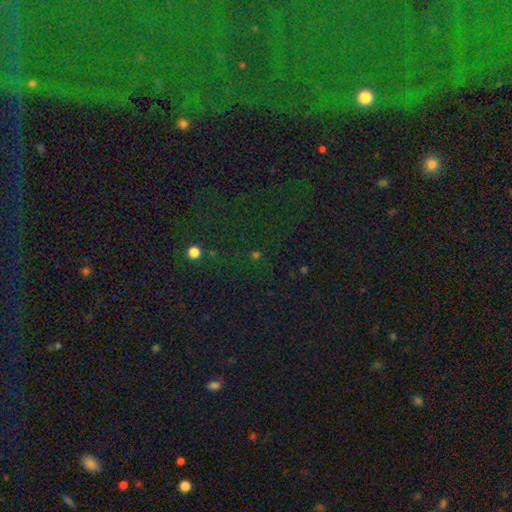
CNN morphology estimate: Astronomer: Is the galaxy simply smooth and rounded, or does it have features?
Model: star or artifact — 67%.